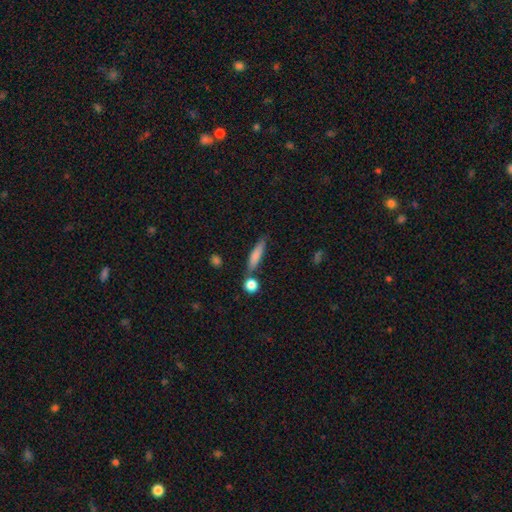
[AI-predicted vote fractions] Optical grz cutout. It shows a smooth galaxy with no disk features (76%) that is cigar-shaped (79%). Merging: none (73%).